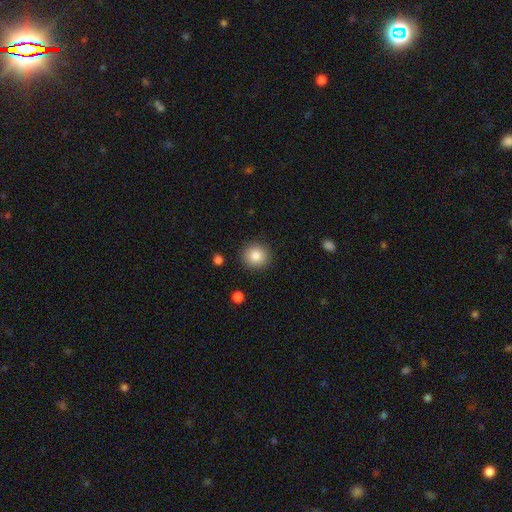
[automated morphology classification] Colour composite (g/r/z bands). It shows a smooth galaxy with no disk features (85%) that is round (90%). Merging: none (90%).